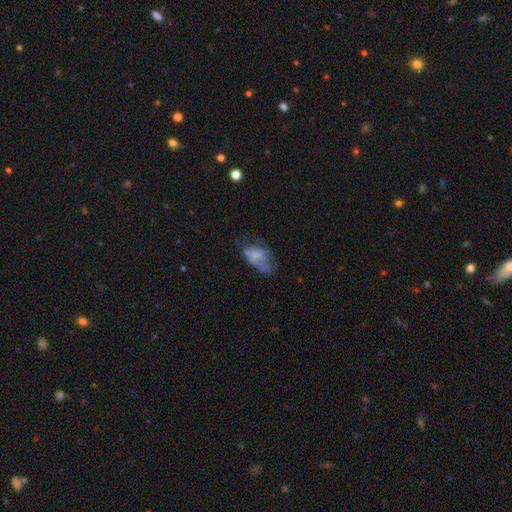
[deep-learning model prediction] A smooth galaxy with no disk features (57%) that is in between round and cigar-shaped (90%).

Vote fractions:
- Smooth or featured? smooth: 57% / featured or disk: 31% / star or artifact: 12%
- How rounded? in between: 90% / round: 7% / cigar-shaped: 3%
- Merging? major disturbance: 37% / none: 31% / minor disturbance: 28% / merger: 4%